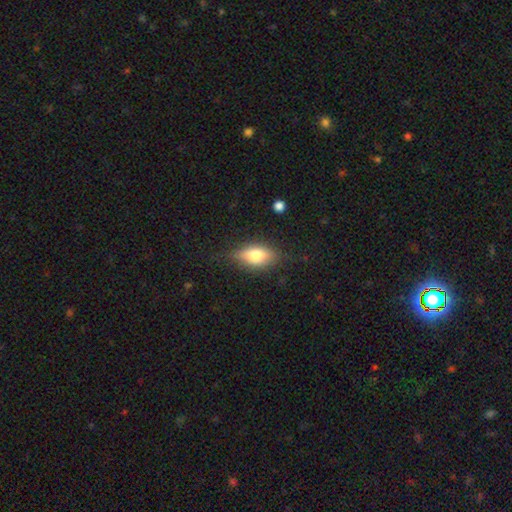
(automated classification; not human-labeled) Smooth or featured: smooth — 66% (featured or disk — 25%)
How rounded: in between — 82% (cigar-shaped — 10%)
Merging: none — 75% (minor disturbance — 18%)